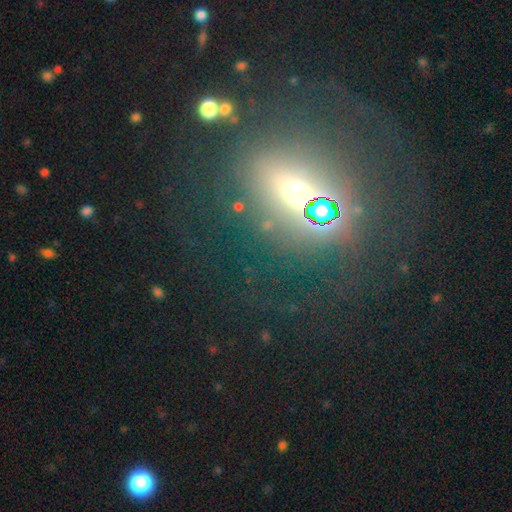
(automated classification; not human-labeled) A star or artifact, not a galaxy (38%).